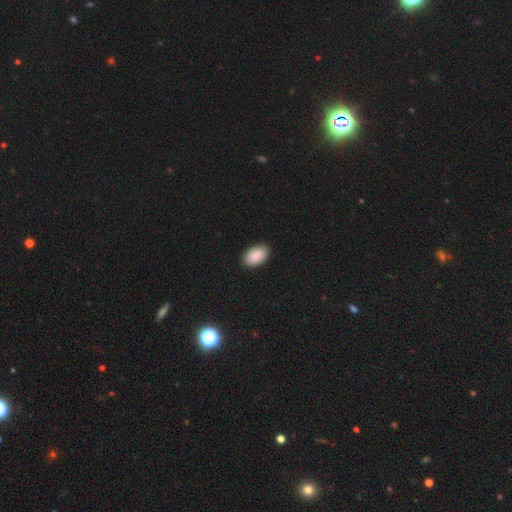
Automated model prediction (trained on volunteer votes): Smooth or featured: smooth — 90% (star or artifact — 6%)
How rounded: in between — 93% (round — 6%)
Merging: none — 88% (minor disturbance — 9%)